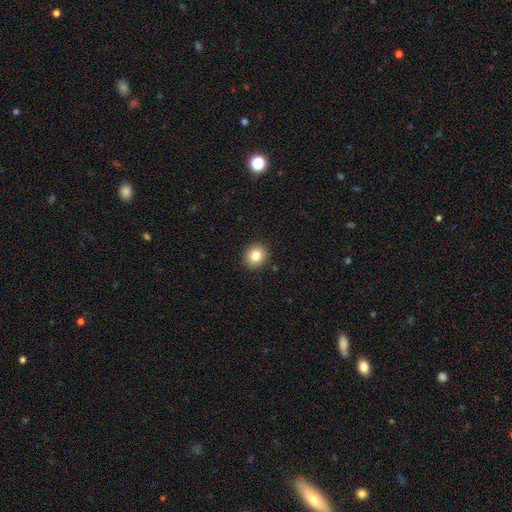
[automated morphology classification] Smooth or featured?
  - smooth: 83% *
  - star or artifact: 10%
  - featured or disk: 7%
How rounded?
  - round: 78% *
  - in between: 21%
  - cigar-shaped: 1%
Merging?
  - none: 91% *
  - minor disturbance: 6%
  - major disturbance: 2%
  - merger: 1%